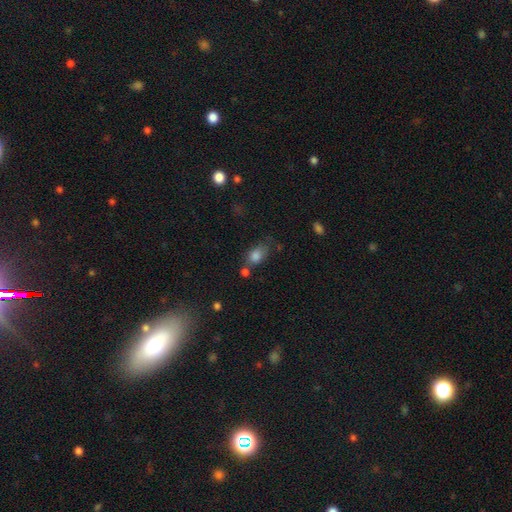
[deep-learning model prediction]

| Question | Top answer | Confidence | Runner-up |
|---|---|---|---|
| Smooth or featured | smooth | 81% | star or artifact (10%) |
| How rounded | in between | 78% | round (19%) |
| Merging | none | 46% | minor disturbance (24%) |